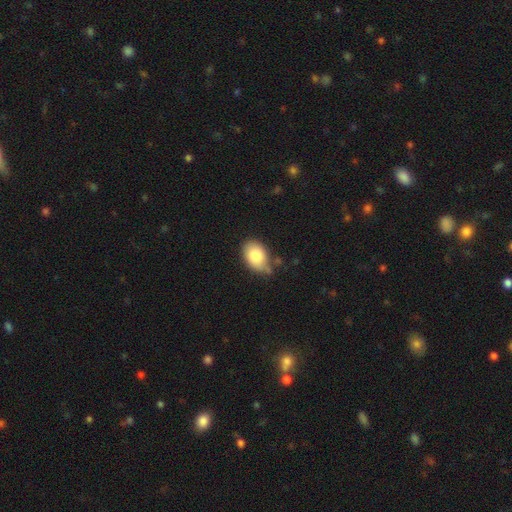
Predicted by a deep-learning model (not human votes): A smooth galaxy with no disk features (83%) that is in between round and cigar-shaped (81%).

Vote fractions:
- Smooth or featured? smooth: 83% / featured or disk: 10% / star or artifact: 7%
- How rounded? in between: 81% / round: 18% / cigar-shaped: 1%
- Merging? none: 56% / minor disturbance: 31% / major disturbance: 7% / merger: 6%